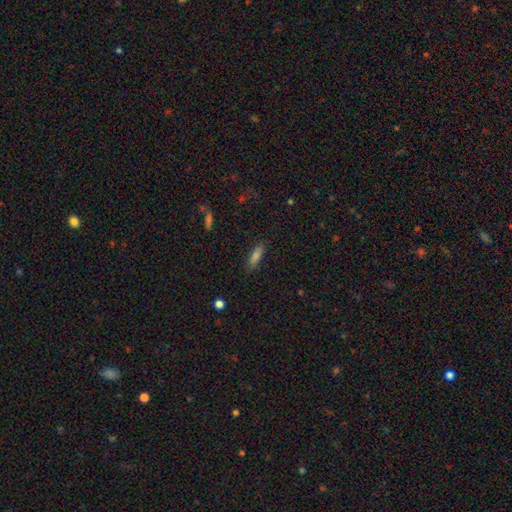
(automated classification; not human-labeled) smooth 72%, featured or disk 15%, star or artifact 13%. Down the decision tree: how rounded — cigar-shaped (57%); merging — none (86%).